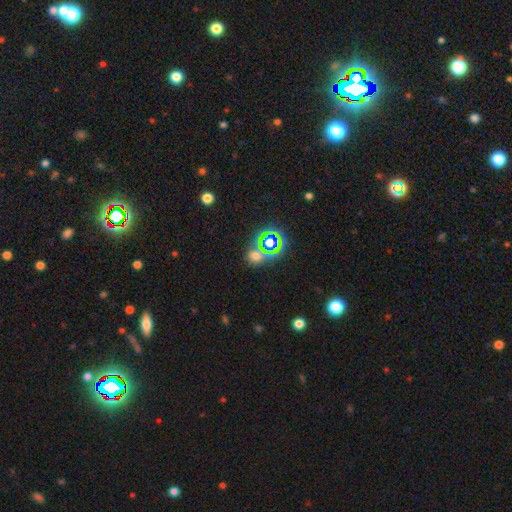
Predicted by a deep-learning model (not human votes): Morphology: type=smooth (47%); merging=none (62%).